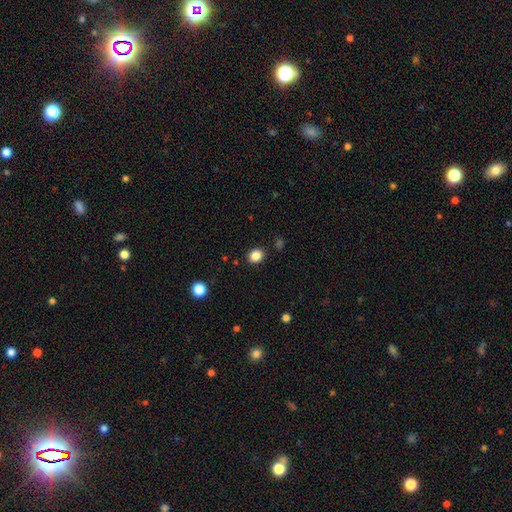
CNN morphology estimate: Smooth or featured: smooth — 85% (star or artifact — 11%)
How rounded: round — 61% (in between — 38%)
Merging: none — 88% (minor disturbance — 7%)